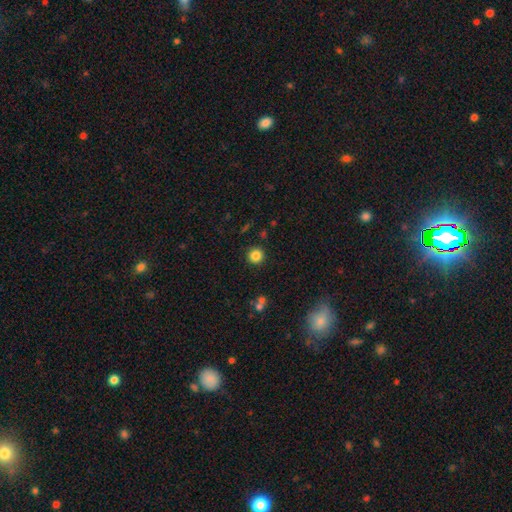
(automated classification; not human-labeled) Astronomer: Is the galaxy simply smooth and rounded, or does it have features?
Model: smooth — 84%.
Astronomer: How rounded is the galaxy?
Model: round — 94%.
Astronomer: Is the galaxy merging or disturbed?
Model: none — 90%.